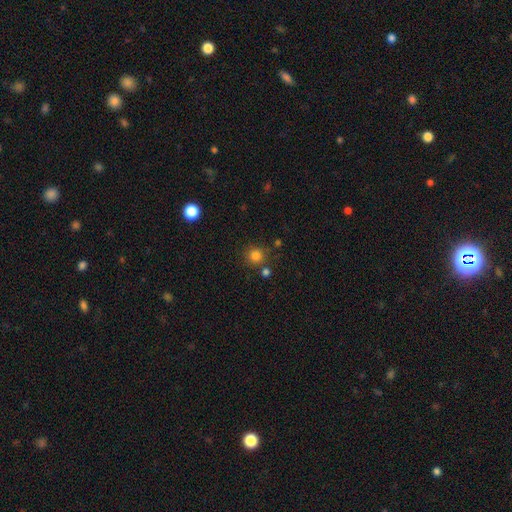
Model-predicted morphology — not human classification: A smooth galaxy with no disk features (82%) that is round (91%).

Vote fractions:
- Smooth or featured? smooth: 82% / star or artifact: 13% / featured or disk: 5%
- How rounded? round: 91% / in between: 8% / cigar-shaped: 1%
- Merging? none: 78% / minor disturbance: 10% / merger: 9% / major disturbance: 3%